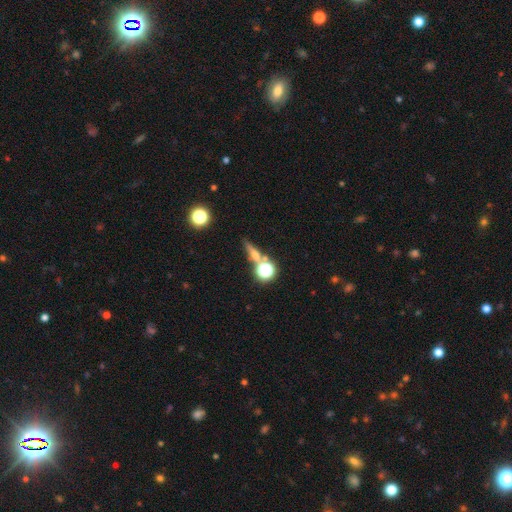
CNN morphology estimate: type=smooth (41%); merging=none (67%).